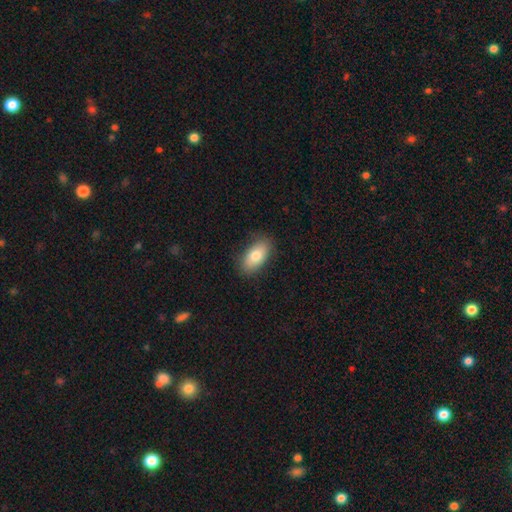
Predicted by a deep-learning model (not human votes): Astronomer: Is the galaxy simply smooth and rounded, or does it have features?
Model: smooth — 78%.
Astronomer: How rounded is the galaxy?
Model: in between — 92%.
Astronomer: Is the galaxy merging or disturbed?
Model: none — 84%.